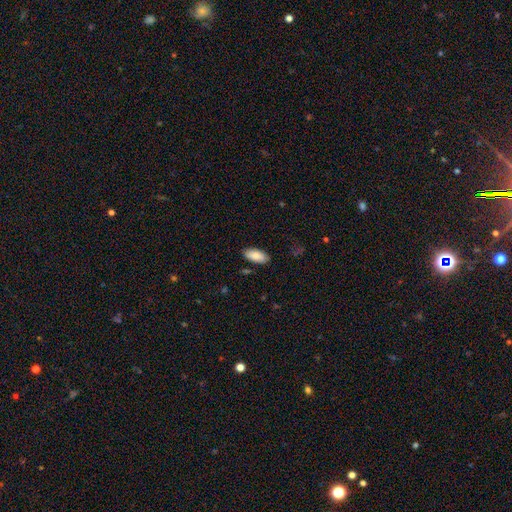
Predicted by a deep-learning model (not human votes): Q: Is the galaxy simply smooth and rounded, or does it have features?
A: smooth — 87%.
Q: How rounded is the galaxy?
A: in between — 89%.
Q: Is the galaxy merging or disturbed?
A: none — 86%.